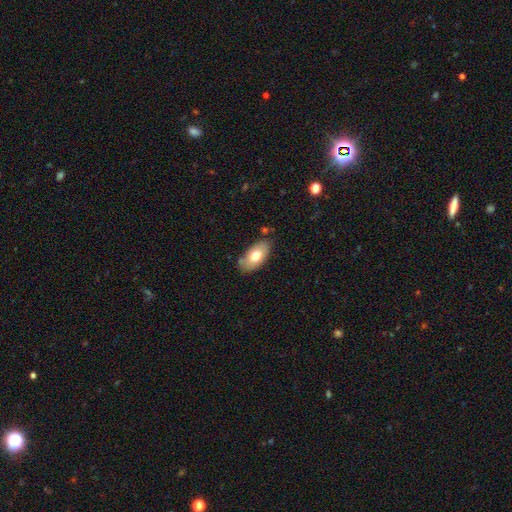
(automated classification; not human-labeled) The model was most divided on "smooth or featured": smooth: 72%, featured or disk: 21%, star or artifact: 7%. More confident: how rounded — in between (93%); merging — none (75%).